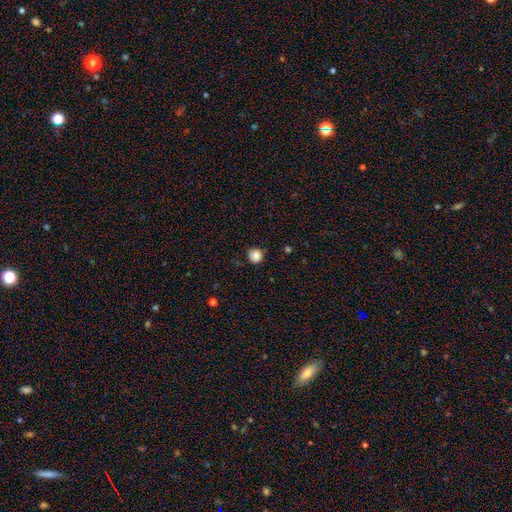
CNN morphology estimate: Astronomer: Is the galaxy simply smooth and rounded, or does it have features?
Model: smooth — 87%.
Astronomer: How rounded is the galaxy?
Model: round — 93%.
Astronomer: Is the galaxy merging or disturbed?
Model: none — 86%.